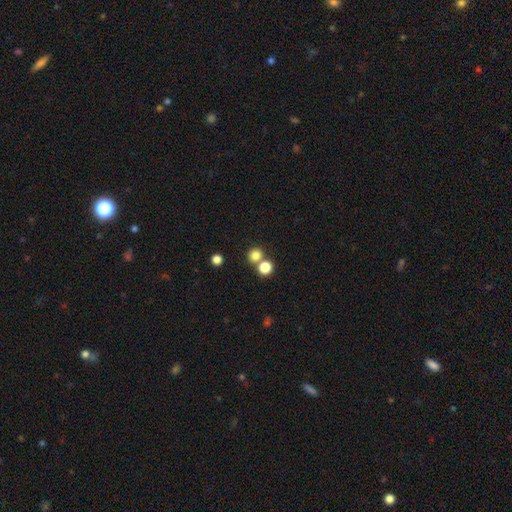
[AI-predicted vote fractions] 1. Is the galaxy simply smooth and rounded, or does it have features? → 79% smooth, 15% star or artifact, 6% featured or disk.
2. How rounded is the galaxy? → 89% round, 10% in between, 1% cigar-shaped.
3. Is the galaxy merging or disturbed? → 62% none, 29% merger, 6% minor disturbance, 3% major disturbance.